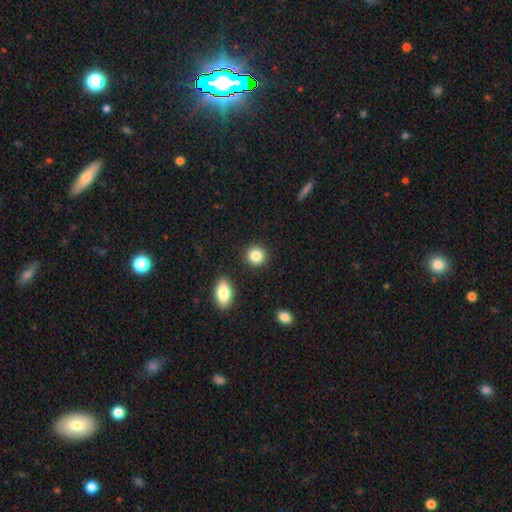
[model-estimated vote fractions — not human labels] smooth_or_featured: smooth (p=0.87) [alt: star or artifact p=0.08]
how_rounded: round (p=0.86) [alt: in between p=0.13]
merging: none (p=0.89) [alt: minor disturbance p=0.06]